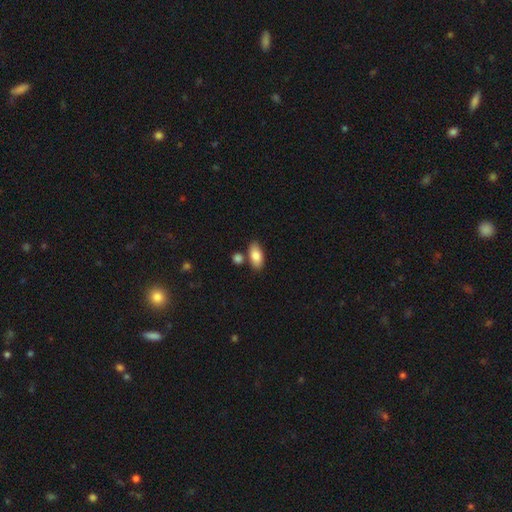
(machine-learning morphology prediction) Overall: smooth (83%). How rounded: in between (90%). Merging: none (75%).